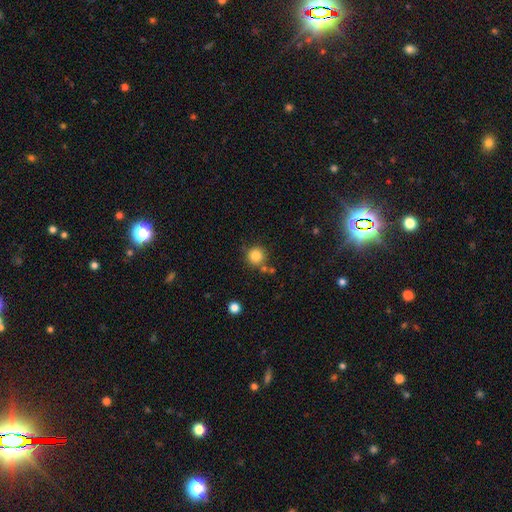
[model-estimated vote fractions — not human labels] Smooth or featured? Predicted: smooth (p=0.83). How rounded? Predicted: round (p=0.94). Merging? Predicted: none (p=0.78).